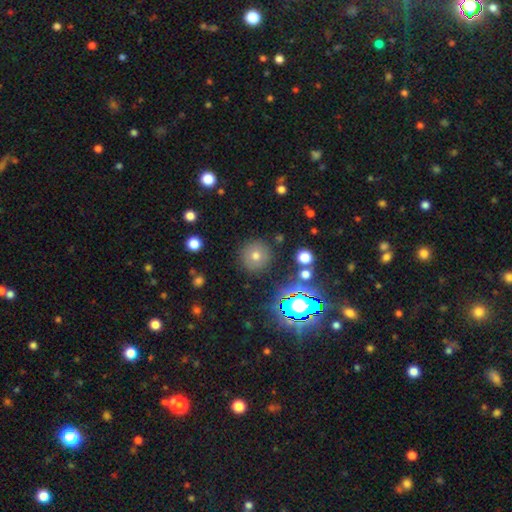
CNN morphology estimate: smooth-or-featured: smooth: 68% | star or artifact: 18% | featured or disk: 13%
  how-rounded: round: 93% | in between: 6% | cigar-shaped: 1%
  merging: none: 87% | minor disturbance: 7% | major disturbance: 3% | merger: 2%